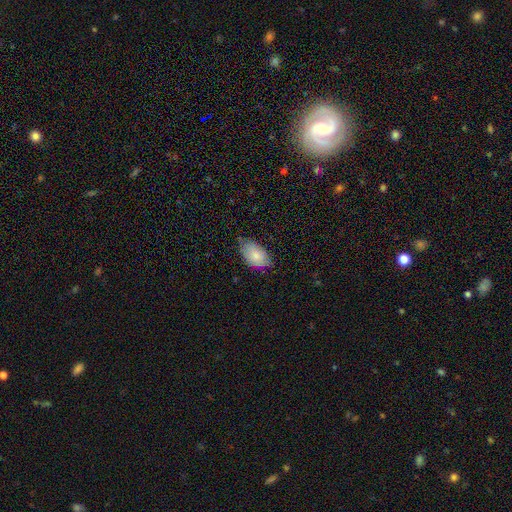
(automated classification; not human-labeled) Q: Smooth or featured?
A: smooth (77%); runner-up: featured or disk (16%)
Q: How rounded?
A: in between (93%); runner-up: round (6%)
Q: Merging?
A: none (63%); runner-up: minor disturbance (31%)